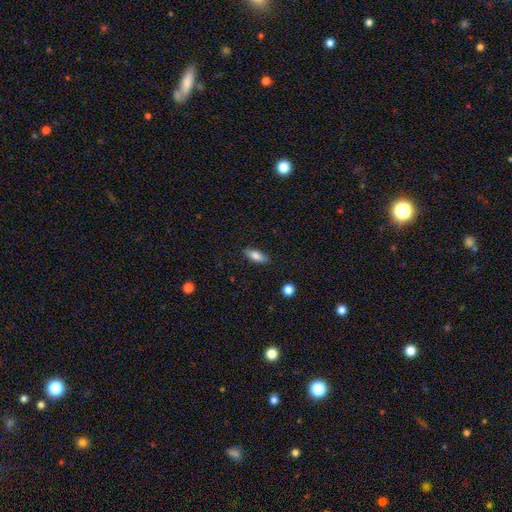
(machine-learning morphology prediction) Smooth or featured?
  - smooth: 80% *
  - featured or disk: 13%
  - star or artifact: 7%
How rounded?
  - in between: 70% *
  - cigar-shaped: 27%
  - round: 3%
Merging?
  - none: 85% *
  - minor disturbance: 11%
  - major disturbance: 2%
  - merger: 1%